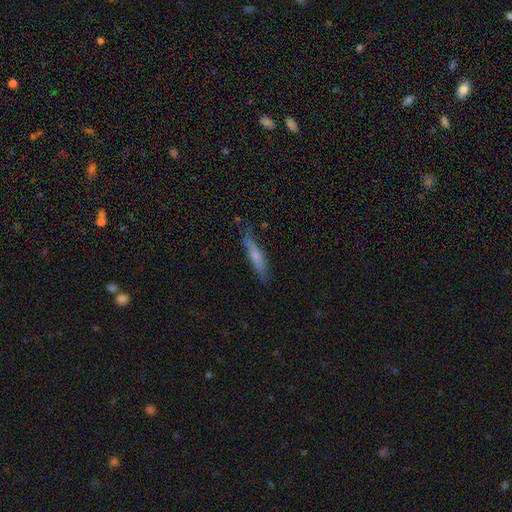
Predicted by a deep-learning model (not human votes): Overall: smooth (56%; featured or disk 37%). How rounded: cigar-shaped (89%). Merging: none (74%).